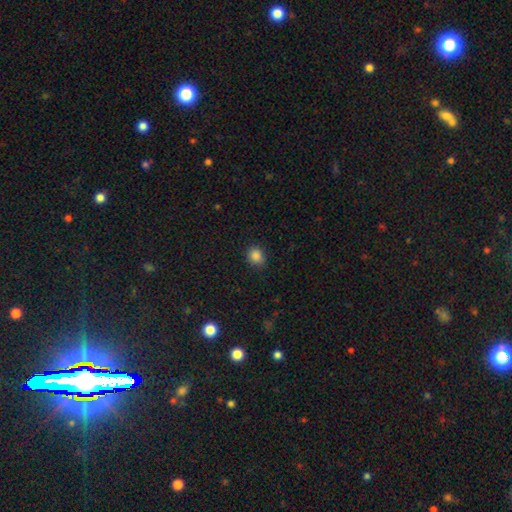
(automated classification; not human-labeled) Overall: smooth (86%). How rounded: round (65%; in between 34%). Merging: none (86%).